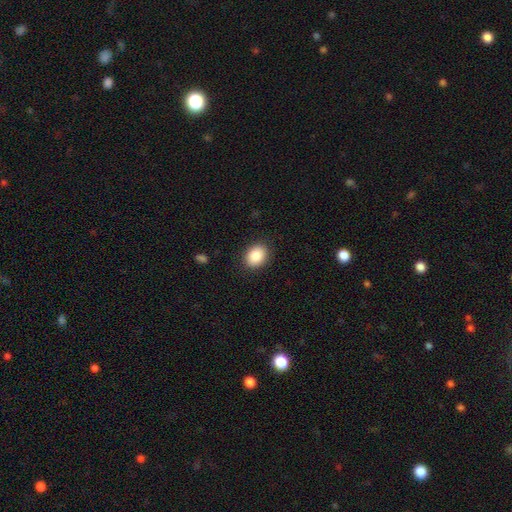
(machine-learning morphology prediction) Smooth or featured?
  - smooth: 88% *
  - star or artifact: 8%
  - featured or disk: 4%
How rounded?
  - in between: 64% *
  - round: 35%
  - cigar-shaped: 1%
Merging?
  - none: 88% *
  - minor disturbance: 8%
  - major disturbance: 2%
  - merger: 1%